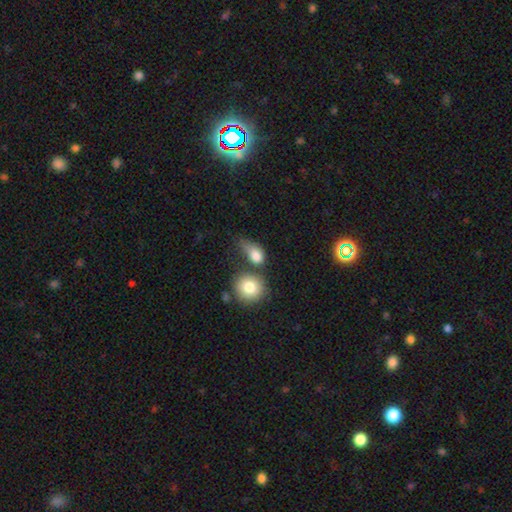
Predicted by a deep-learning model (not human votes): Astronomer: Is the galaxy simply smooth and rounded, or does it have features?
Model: smooth — 79%.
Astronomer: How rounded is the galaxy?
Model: in between — 63%.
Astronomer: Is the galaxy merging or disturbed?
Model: none — 32% (runner-up: minor disturbance, 26%).